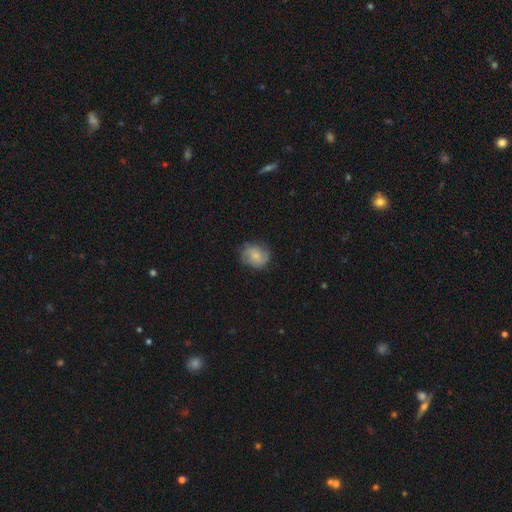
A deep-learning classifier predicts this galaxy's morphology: smooth-or-featured: smooth: 69% | featured or disk: 23% | star or artifact: 8%
  how-rounded: round: 65% | in between: 34% | cigar-shaped: 1%
  merging: none: 72% | minor disturbance: 21% | major disturbance: 6% | merger: 1%